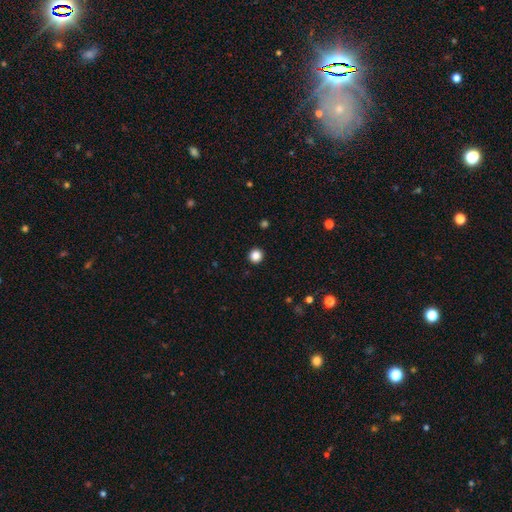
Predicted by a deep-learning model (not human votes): Smooth or featured? Predicted: smooth (p=0.86). How rounded? Predicted: round (p=0.94). Merging? Predicted: none (p=0.93).